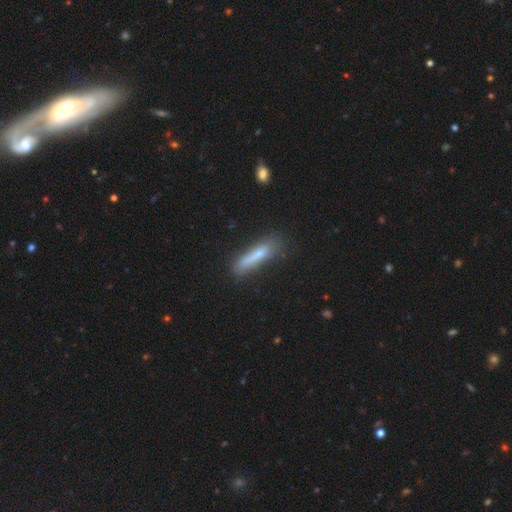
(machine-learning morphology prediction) type=smooth (67%); roundness=cigar-shaped (86%); merging=none (67%).